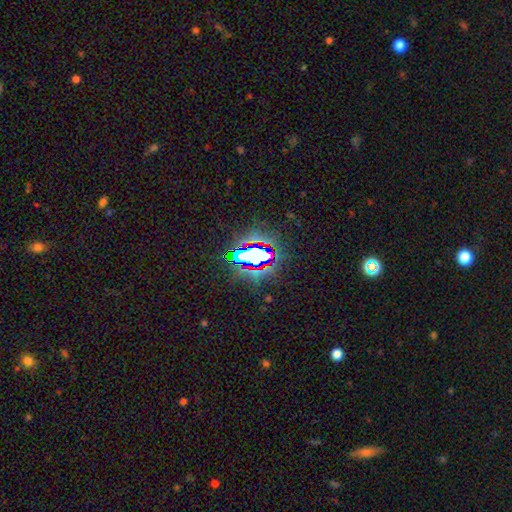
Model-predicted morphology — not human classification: star or artifact 67%, smooth 20%, featured or disk 13%.